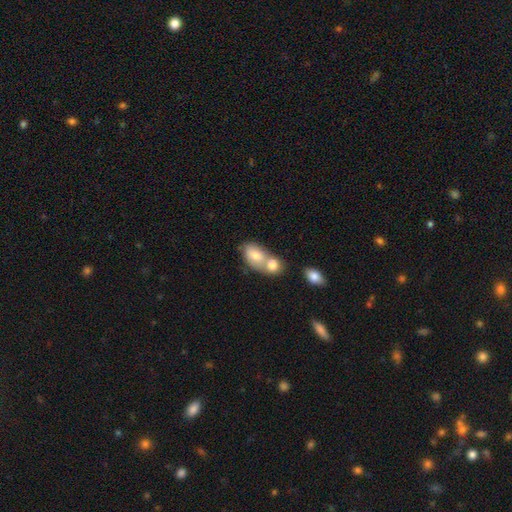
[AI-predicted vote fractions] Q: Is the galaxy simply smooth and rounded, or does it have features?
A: smooth — 75%.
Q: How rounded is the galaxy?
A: in between — 83%.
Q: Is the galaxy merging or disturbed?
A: merger — 60%.